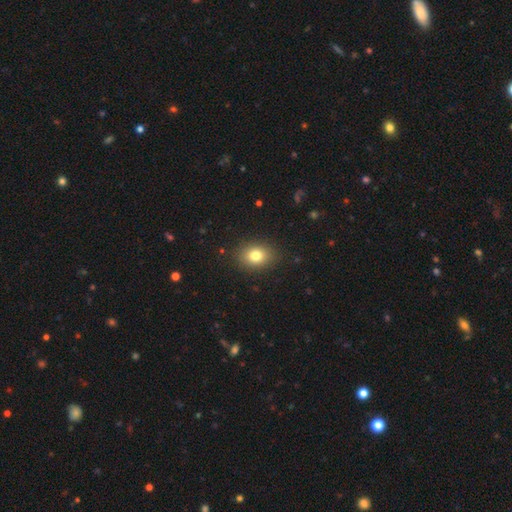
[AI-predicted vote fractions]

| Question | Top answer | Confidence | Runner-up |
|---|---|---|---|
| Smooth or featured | smooth | 79% | star or artifact (11%) |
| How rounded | in between | 54% | round (45%) |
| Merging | none | 88% | minor disturbance (8%) |